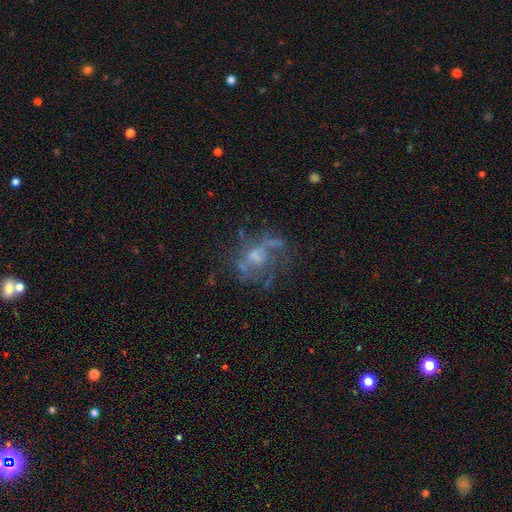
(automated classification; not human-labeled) Overall: featured or disk (65%). Edge-on disk: no (97%). Bar: no (75%). Spiral arms: no (55%; yes 45%). Bulge size: moderate (35%; small 31%). Merging: none (49%; major disturbance 29%).